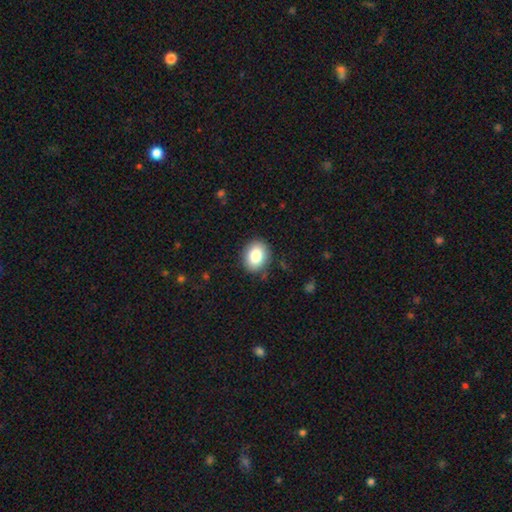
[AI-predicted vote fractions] A smooth galaxy with no disk features (83%) that is round (50%).

Vote fractions:
- Smooth or featured? smooth: 83% / featured or disk: 9% / star or artifact: 9%
- How rounded? round: 50% / in between: 49% / cigar-shaped: 1%
- Merging? none: 87% / minor disturbance: 10% / major disturbance: 3% / merger: 1%